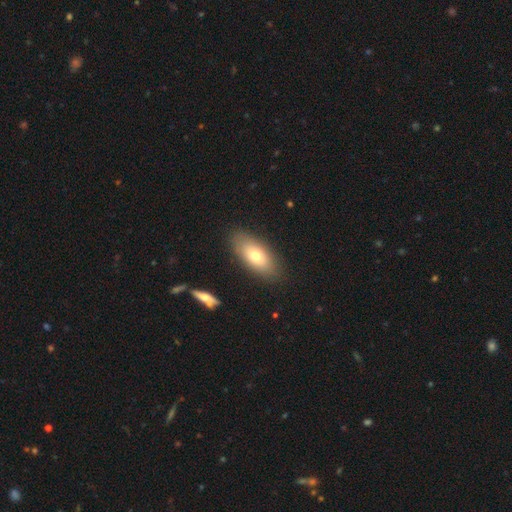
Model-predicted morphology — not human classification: type=smooth (71%); roundness=in between (88%); merging=none (85%).